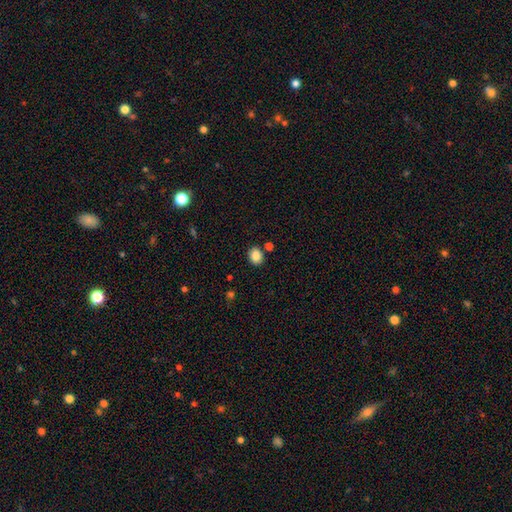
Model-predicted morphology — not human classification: Smooth or featured: smooth — 86% (star or artifact — 10%)
How rounded: round — 59% (in between — 40%)
Merging: none — 83% (minor disturbance — 9%)